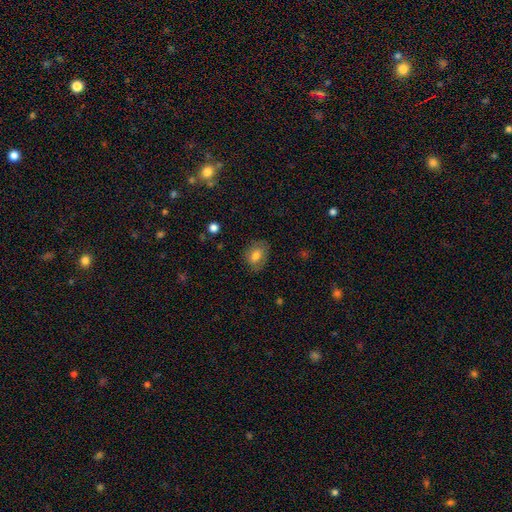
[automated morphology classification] Overall: smooth (69%). How rounded: in between (70%). Merging: none (77%).